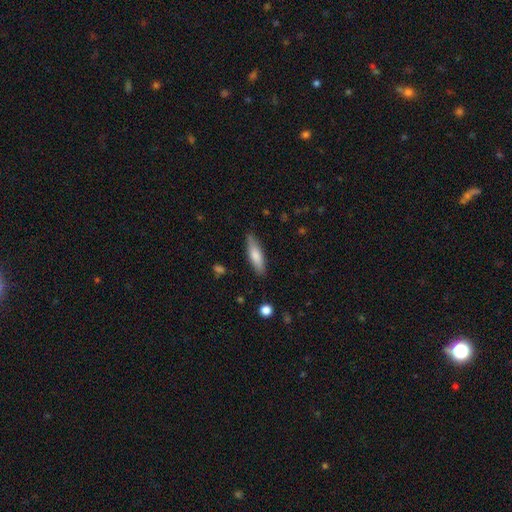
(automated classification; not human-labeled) This is likely a smooth galaxy (75%). How rounded: likely cigar-shaped (61%). Merging: clearly none (85%).